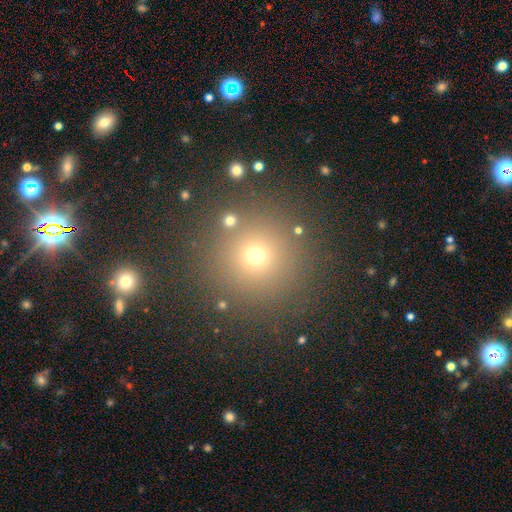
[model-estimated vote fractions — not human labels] This appears to be a smooth galaxy with no disk features (63%) that is round (95%). Merging: none (87%).